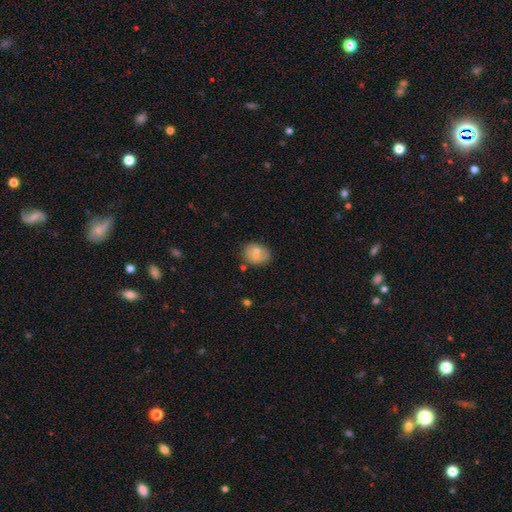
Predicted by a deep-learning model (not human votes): This appears to be a smooth galaxy with no disk features (67%) that is in between round and cigar-shaped (60%). Merging: none (72%).